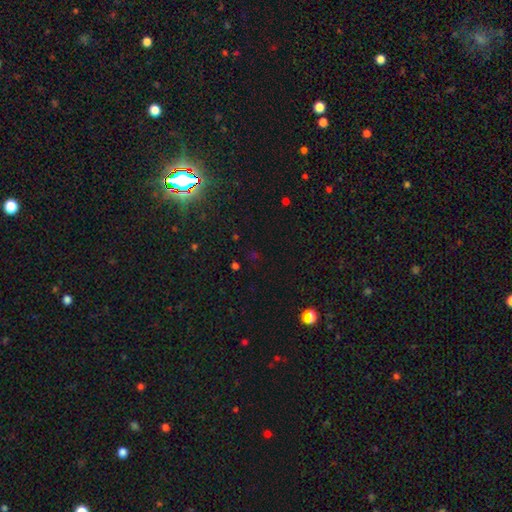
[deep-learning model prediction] Q: Smooth or featured?
A: star or artifact (63%); runner-up: smooth (30%)